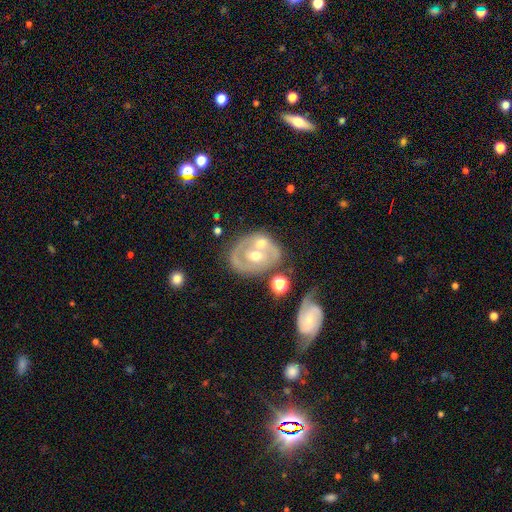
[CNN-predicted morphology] Smooth or featured?
  - featured or disk: 70% *
  - smooth: 23%
  - star or artifact: 7%
Edge-on disk?
  - no: 96% *
  - yes: 4%
Bar?
  - no: 66% *
  - weak: 24%
  - strong: 10%
Spiral arms?
  - no: 54% *
  - yes: 46%
Bulge size?
  - moderate: 72% *
  - small: 19%
  - large: 6%
  - none: 2%
  - dominant: 1%
Merging?
  - none: 45% *
  - merger: 31%
  - minor disturbance: 16%
  - major disturbance: 9%